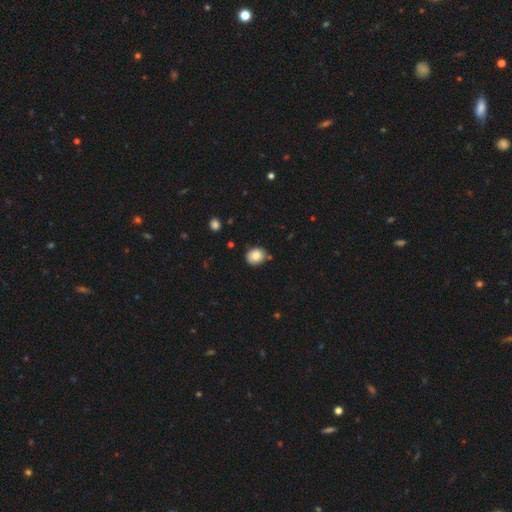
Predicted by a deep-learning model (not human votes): Smooth or featured?
  - smooth: 84% *
  - star or artifact: 9%
  - featured or disk: 7%
How rounded?
  - round: 66% *
  - in between: 33%
  - cigar-shaped: 1%
Merging?
  - none: 78% *
  - minor disturbance: 15%
  - merger: 4%
  - major disturbance: 2%